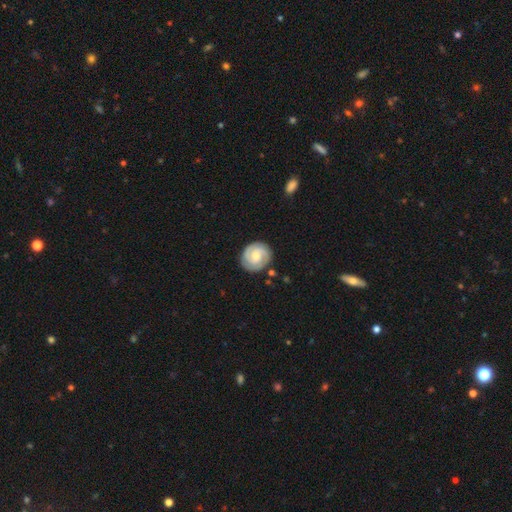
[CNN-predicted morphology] smooth_or_featured: featured or disk (p=0.77) [alt: smooth p=0.18]
disk_edge_on: no (p=0.98) [alt: yes p=0.02]
bar: no (p=0.61) [alt: weak p=0.33]
has_spiral_arms: yes (p=0.96) [alt: no p=0.04]
spiral_winding: tight (p=0.72) [alt: medium p=0.23]
spiral_arm_count: 2 (p=0.67) [alt: 3 p=0.16]
bulge_size: moderate (p=0.50) [alt: small p=0.41]
merging: none (p=0.84) [alt: minor disturbance p=0.11]